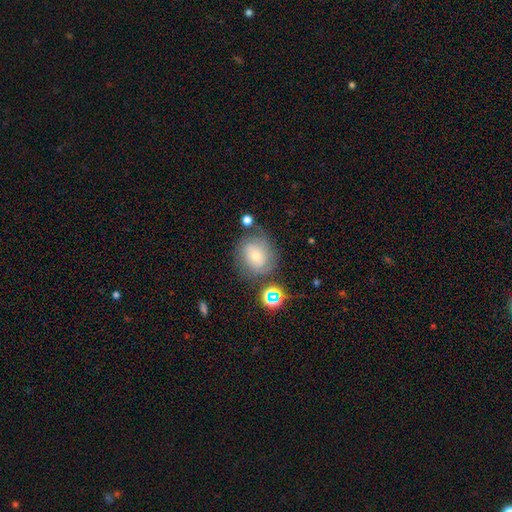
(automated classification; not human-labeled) The model was most divided on "smooth or featured": smooth: 51%, featured or disk: 35%, star or artifact: 14%. More confident: how rounded — round (80%); merging — none (63%).